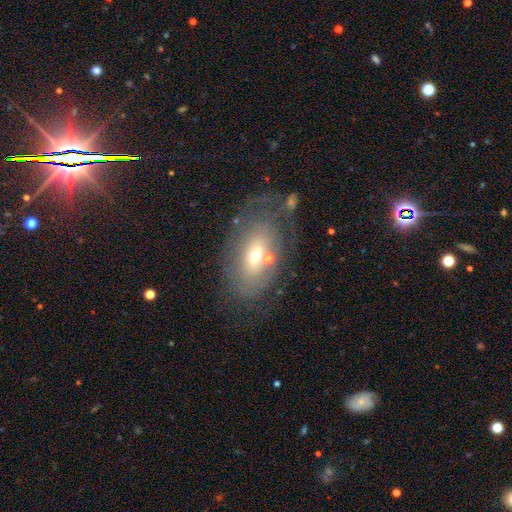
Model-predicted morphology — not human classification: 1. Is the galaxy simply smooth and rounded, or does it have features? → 52% featured or disk, 38% smooth, 11% star or artifact.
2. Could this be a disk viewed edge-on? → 89% no, 11% yes.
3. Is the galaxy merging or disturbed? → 53% none, 21% minor disturbance, 16% major disturbance, 10% merger.